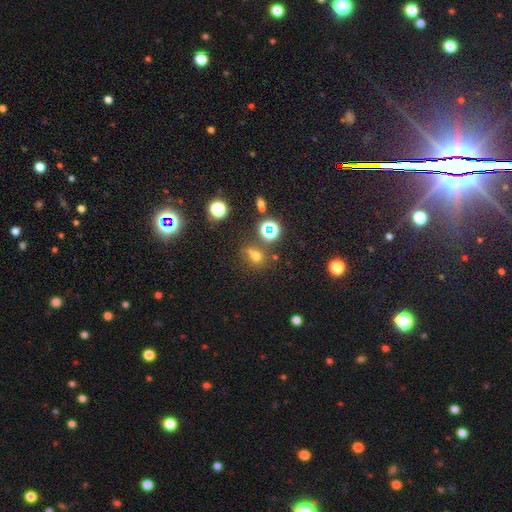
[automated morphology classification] Overall: smooth (59%; star or artifact 31%). How rounded: round (77%). Merging: none (62%).